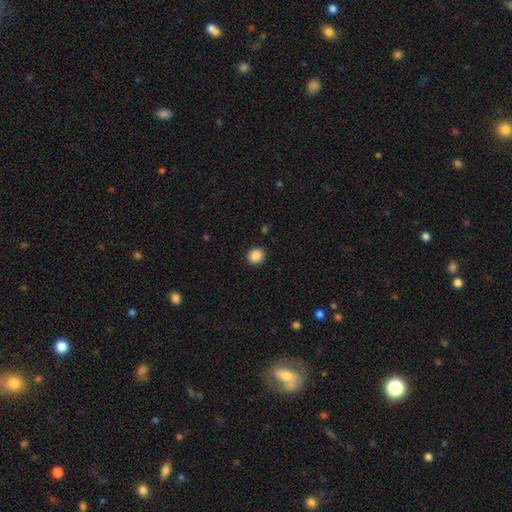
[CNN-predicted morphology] smooth 88%, star or artifact 9%, featured or disk 3%. Down the decision tree: how rounded — round (88%); merging — none (92%).